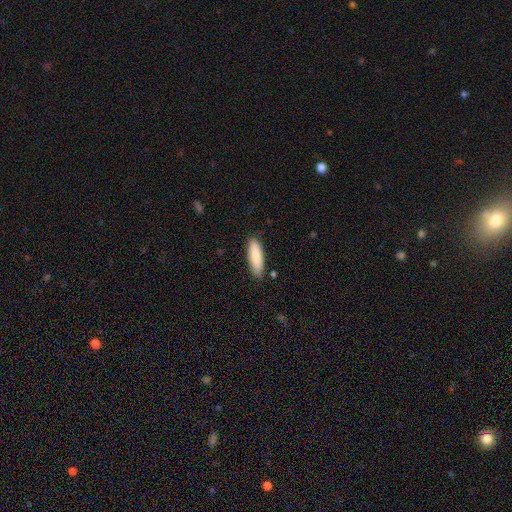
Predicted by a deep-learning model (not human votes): smooth-or-featured: smooth: 86% | featured or disk: 9% | star or artifact: 6%
  how-rounded: cigar-shaped: 55% | in between: 43% | round: 1%
  merging: none: 85% | minor disturbance: 11% | major disturbance: 2% | merger: 1%